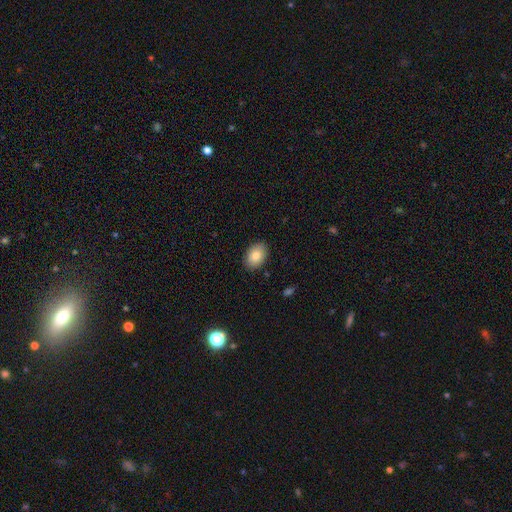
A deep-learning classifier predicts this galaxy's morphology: Smooth or featured: smooth — 86% (featured or disk — 7%)
How rounded: in between — 86% (round — 13%)
Merging: none — 88% (minor disturbance — 9%)